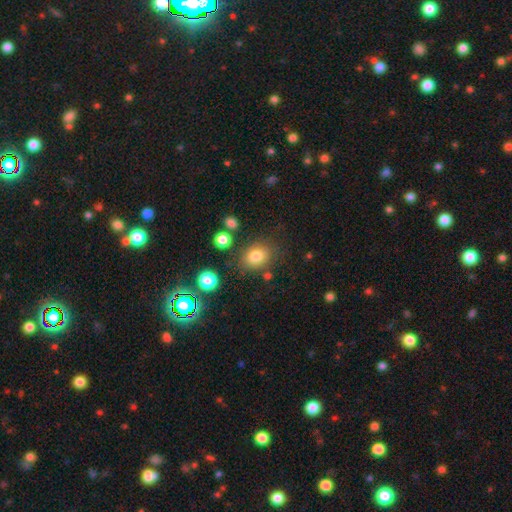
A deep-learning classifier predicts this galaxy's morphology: Overall: smooth (79%). How rounded: in between (56%; round 43%). Merging: none (77%).